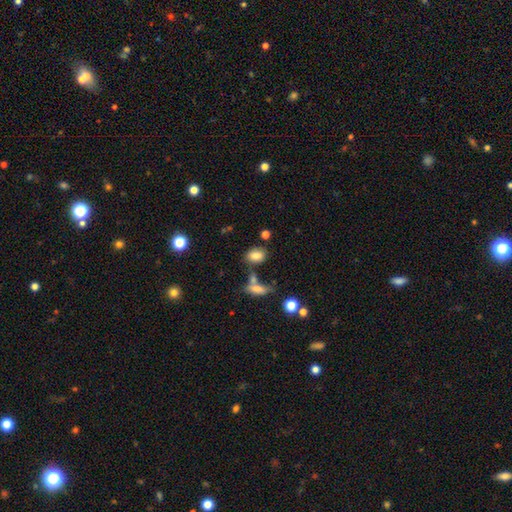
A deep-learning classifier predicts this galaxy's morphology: This is clearly a smooth galaxy (81%). How rounded: clearly in between (81%). Merging: likely none (67%).